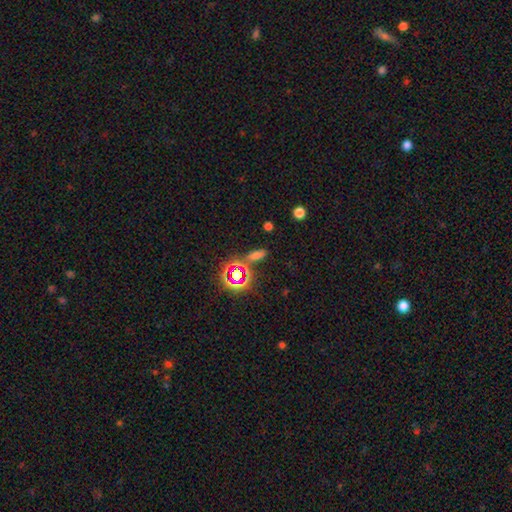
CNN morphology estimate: smooth_or_featured: smooth (p=0.58) [alt: star or artifact p=0.31]
how_rounded: in between (p=0.59) [alt: cigar-shaped p=0.30]
merging: none (p=0.74) [alt: minor disturbance p=0.12]